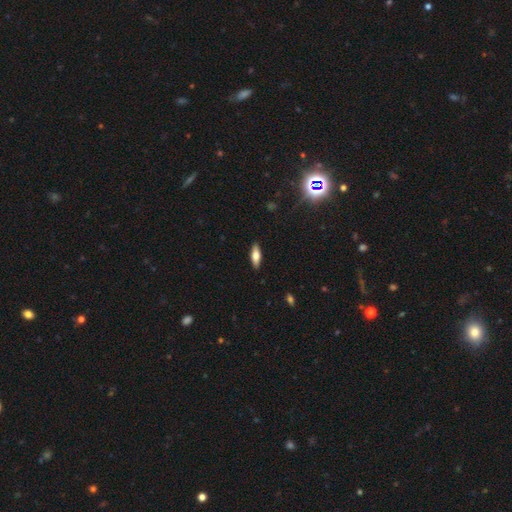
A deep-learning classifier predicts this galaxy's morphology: smooth 61%, featured or disk 32%, star or artifact 7%. Down the decision tree: how rounded — in between (57%); merging — none (89%).